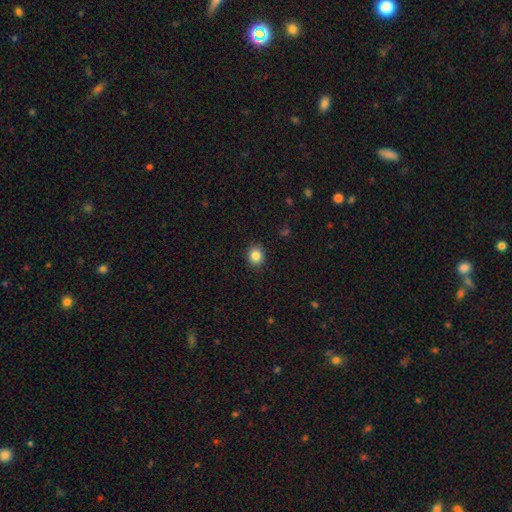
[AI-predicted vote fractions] Q: Smooth or featured?
A: smooth (85%); runner-up: star or artifact (10%)
Q: How rounded?
A: round (74%); runner-up: in between (25%)
Q: Merging?
A: none (91%); runner-up: minor disturbance (6%)